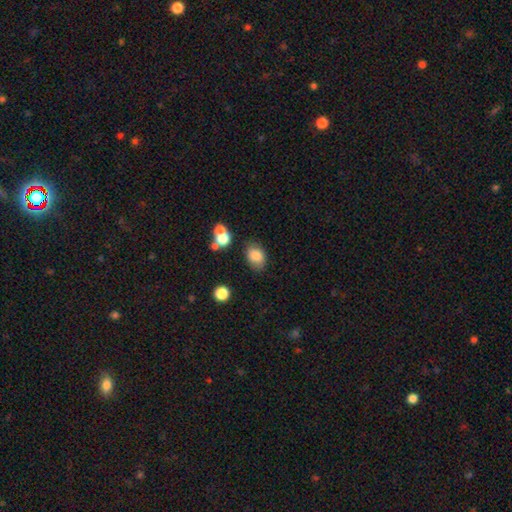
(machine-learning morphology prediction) The model was most divided on "how rounded": in between: 75%, round: 24%, cigar-shaped: 1%. More confident: smooth or featured — smooth (82%); merging — none (73%).